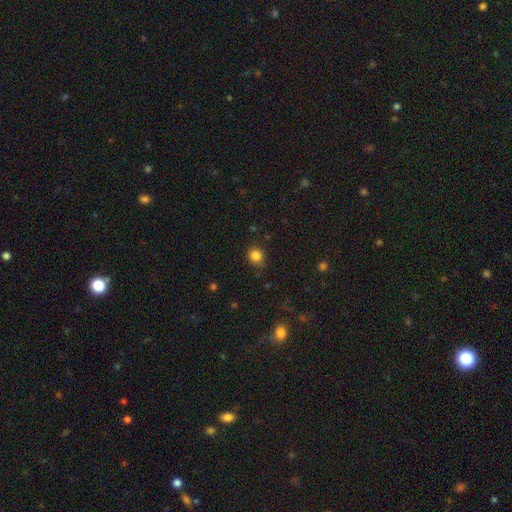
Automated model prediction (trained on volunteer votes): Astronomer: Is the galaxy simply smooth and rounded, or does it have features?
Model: smooth — 84%.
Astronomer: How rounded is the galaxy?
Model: round — 90%.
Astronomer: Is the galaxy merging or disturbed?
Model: none — 80%.